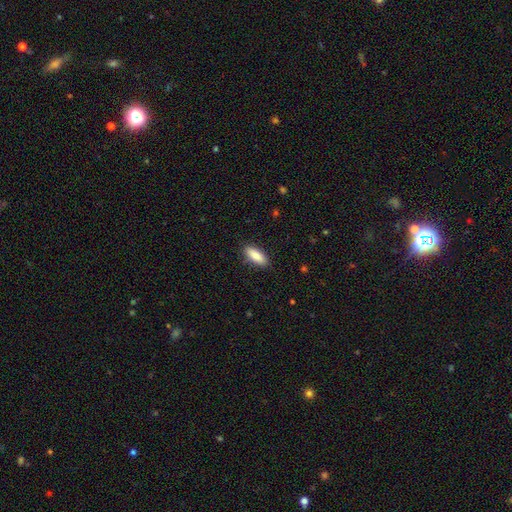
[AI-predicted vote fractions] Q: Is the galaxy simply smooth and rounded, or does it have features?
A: smooth — 87%.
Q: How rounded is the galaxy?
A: in between — 72%.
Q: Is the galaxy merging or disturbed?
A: none — 88%.